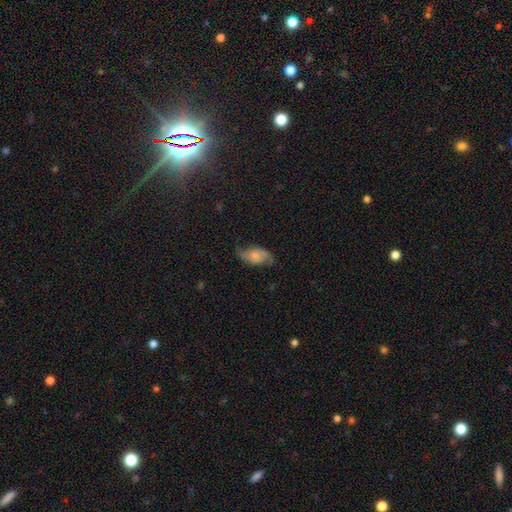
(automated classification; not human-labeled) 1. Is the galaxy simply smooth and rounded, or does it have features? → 56% featured or disk, 36% smooth, 8% star or artifact.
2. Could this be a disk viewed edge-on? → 93% no, 7% yes.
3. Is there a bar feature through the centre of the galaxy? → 65% no, 29% weak, 6% strong.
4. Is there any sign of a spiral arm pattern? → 88% yes, 12% no.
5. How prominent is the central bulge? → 34% moderate, 31% small, 19% none, 13% large, 3% dominant.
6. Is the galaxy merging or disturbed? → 66% none, 23% minor disturbance, 10% major disturbance, 1% merger.